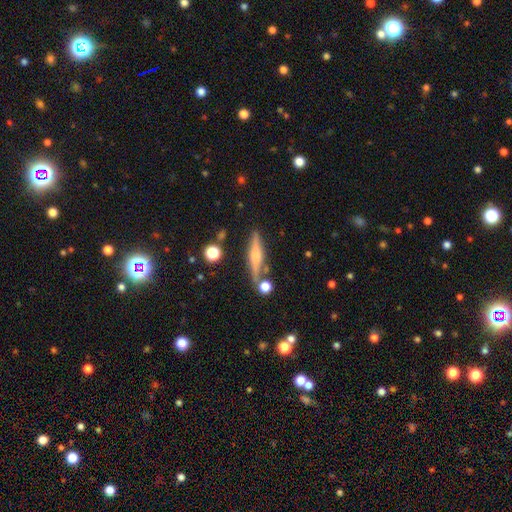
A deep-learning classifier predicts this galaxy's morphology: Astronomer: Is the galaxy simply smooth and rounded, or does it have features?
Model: featured or disk — 61%.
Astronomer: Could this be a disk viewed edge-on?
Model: yes — 95%.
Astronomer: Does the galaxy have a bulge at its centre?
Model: rounded — 81%.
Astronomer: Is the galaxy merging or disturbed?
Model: none — 78%.